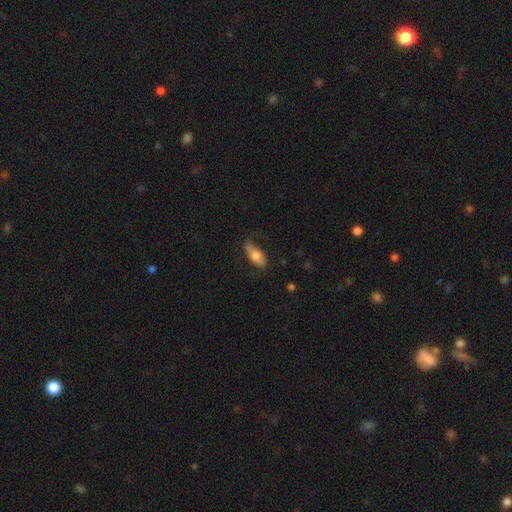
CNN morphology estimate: Smooth or featured: smooth — 68% (featured or disk — 26%)
How rounded: in between — 79% (cigar-shaped — 18%)
Merging: none — 62% (minor disturbance — 26%)